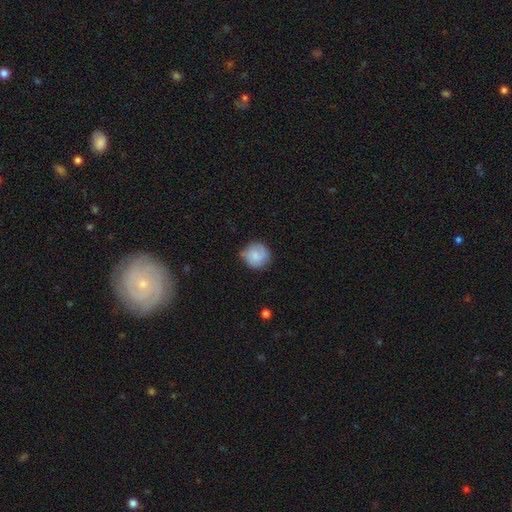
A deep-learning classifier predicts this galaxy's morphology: Q: Smooth or featured?
A: smooth (64%); runner-up: featured or disk (29%)
Q: How rounded?
A: round (89%); runner-up: in between (10%)
Q: Merging?
A: none (71%); runner-up: minor disturbance (21%)